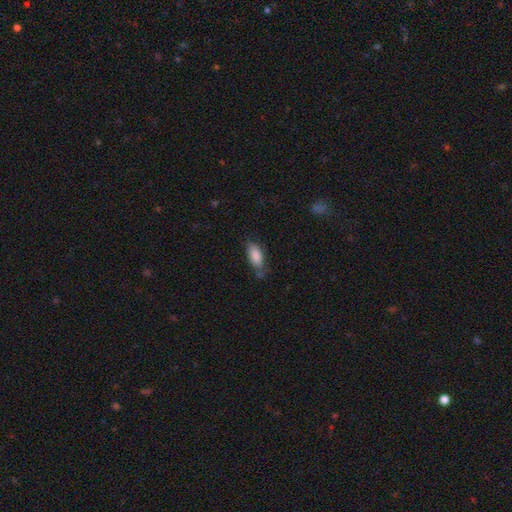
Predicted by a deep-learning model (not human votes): Smooth or featured? smooth (84%)
How rounded? in between (86%)
Merging? none (62%)